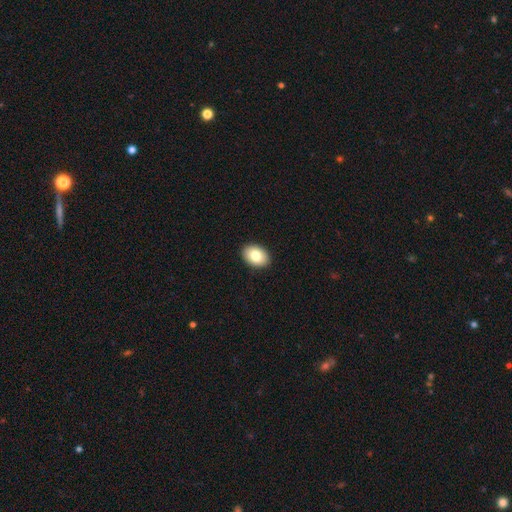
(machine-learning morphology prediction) Smooth or featured: smooth — 82% (featured or disk — 11%)
How rounded: in between — 82% (round — 17%)
Merging: none — 91% (minor disturbance — 6%)